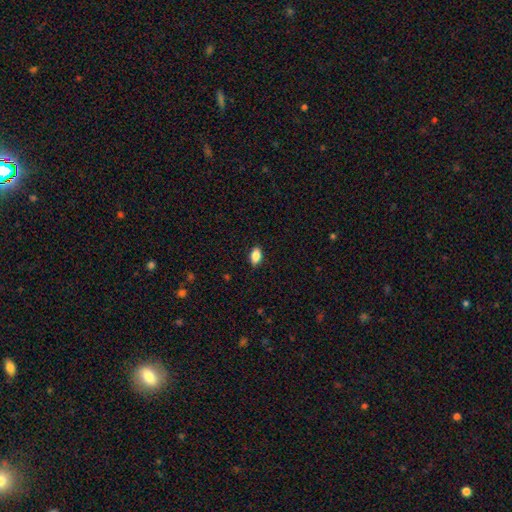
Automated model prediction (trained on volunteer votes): Morphology: type=smooth (86%); roundness=in between (90%); merging=none (87%).